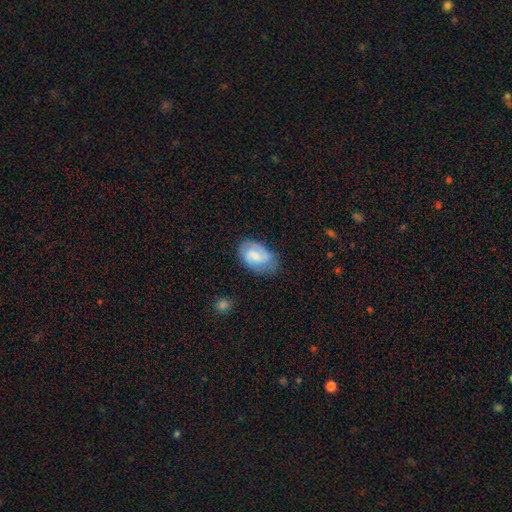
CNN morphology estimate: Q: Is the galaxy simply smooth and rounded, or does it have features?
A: smooth — 50%.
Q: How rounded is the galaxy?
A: in between — 89%.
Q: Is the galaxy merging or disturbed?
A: none — 63%.